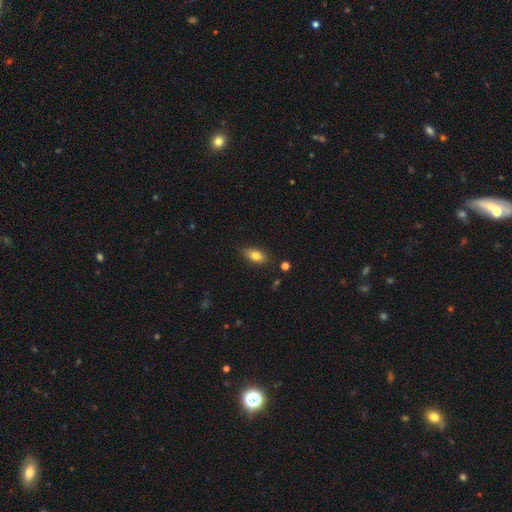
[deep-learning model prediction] smooth_or_featured: smooth (p=0.79) [alt: featured or disk p=0.12]
how_rounded: in between (p=0.86) [alt: round p=0.07]
merging: none (p=0.85) [alt: minor disturbance p=0.11]